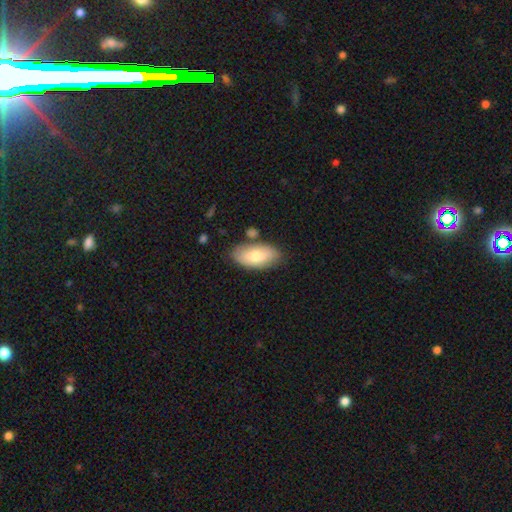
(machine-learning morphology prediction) The model was most divided on "smooth or featured": smooth: 71%, featured or disk: 23%, star or artifact: 6%. More confident: how rounded — in between (93%); merging — none (74%).